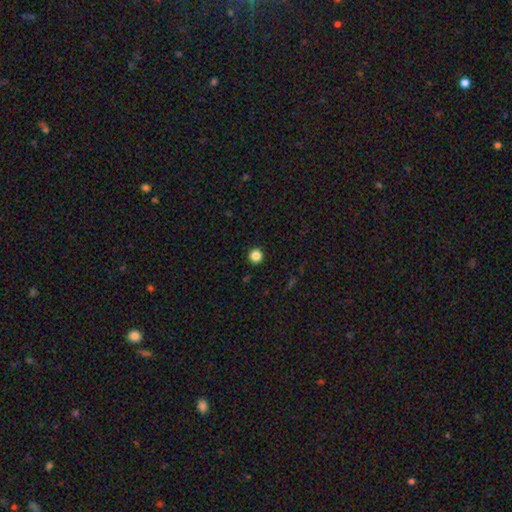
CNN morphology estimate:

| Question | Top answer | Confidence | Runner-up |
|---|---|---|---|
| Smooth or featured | smooth | 85% | star or artifact (11%) |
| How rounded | round | 96% | in between (3%) |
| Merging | none | 94% | minor disturbance (4%) |